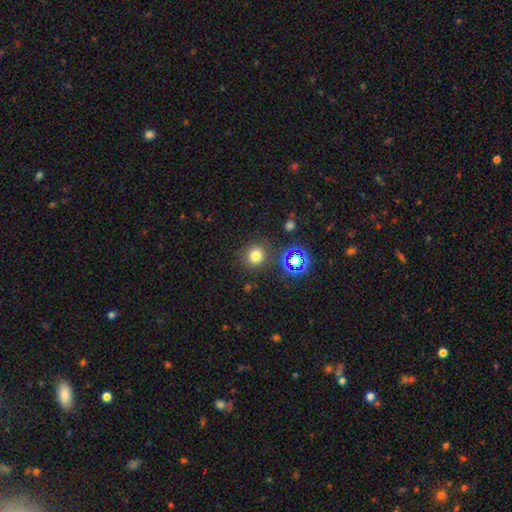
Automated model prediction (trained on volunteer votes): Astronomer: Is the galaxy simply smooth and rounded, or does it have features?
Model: smooth — 73%.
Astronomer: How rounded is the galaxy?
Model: round — 88%.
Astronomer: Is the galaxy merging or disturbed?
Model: none — 83%.